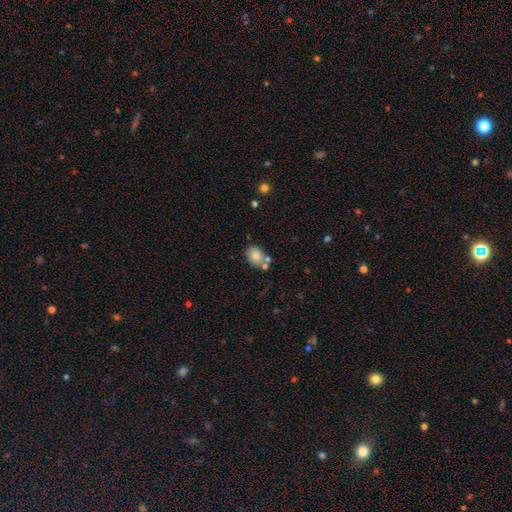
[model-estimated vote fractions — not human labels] This appears to be a smooth galaxy with no disk features (83%) that is in between round and cigar-shaped (56%). Merging: none (63%).